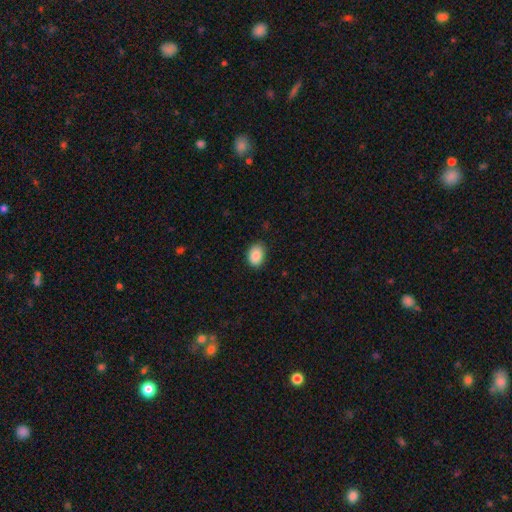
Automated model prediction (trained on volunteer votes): Smooth or featured? Predicted: smooth (p=0.89). How rounded? Predicted: in between (p=0.77). Merging? Predicted: none (p=0.82).